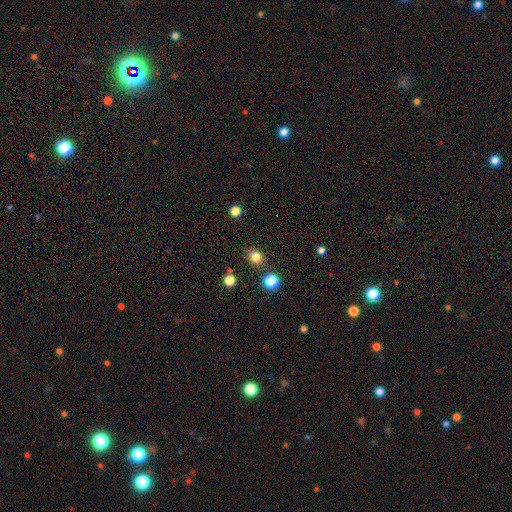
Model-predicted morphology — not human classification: Smooth or featured: smooth — 82% (star or artifact — 14%)
How rounded: round — 79% (in between — 20%)
Merging: none — 86% (minor disturbance — 8%)